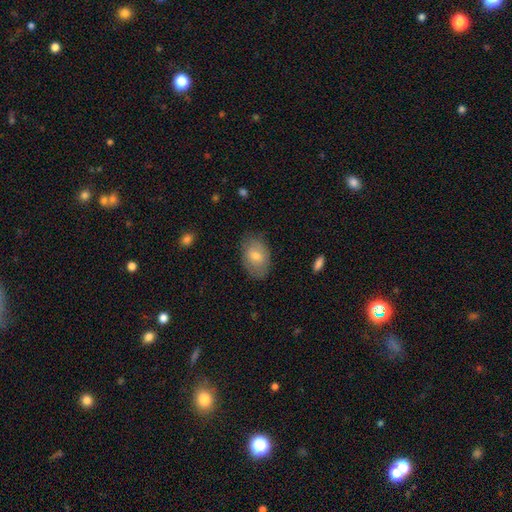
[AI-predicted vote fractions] smooth-or-featured: smooth: 67% | featured or disk: 25% | star or artifact: 8%
  how-rounded: in between: 85% | round: 13% | cigar-shaped: 1%
  merging: none: 80% | minor disturbance: 15% | major disturbance: 4% | merger: 1%